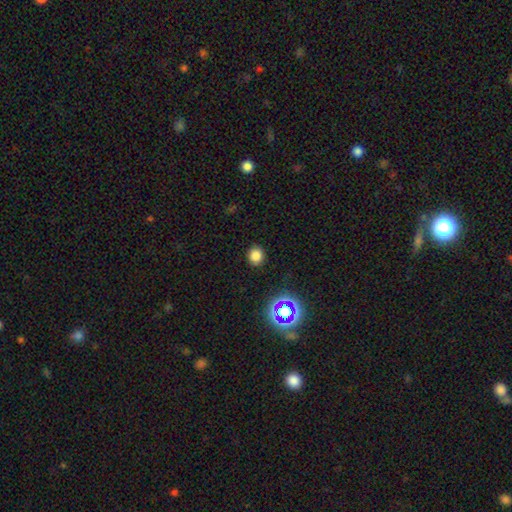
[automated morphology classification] Smooth or featured: smooth — 79% (star or artifact — 16%)
How rounded: round — 80% (in between — 19%)
Merging: none — 89% (minor disturbance — 7%)